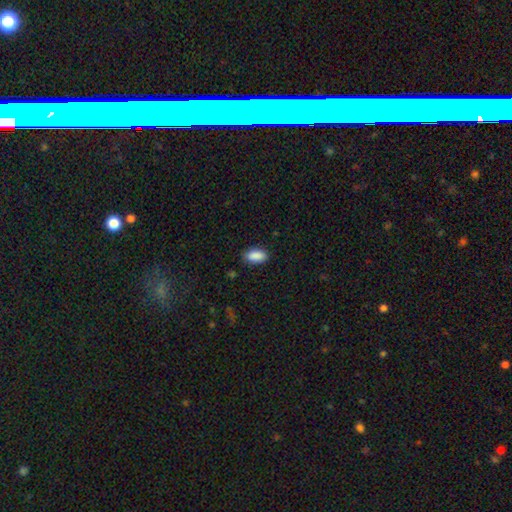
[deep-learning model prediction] Smooth or featured? smooth (90%)
How rounded? in between (92%)
Merging? none (86%)